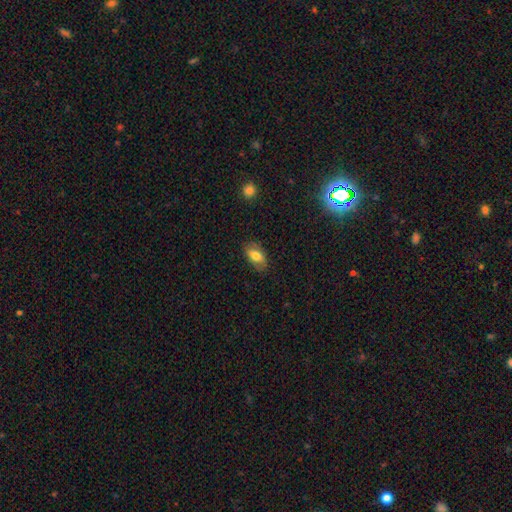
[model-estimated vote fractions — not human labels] smooth 72%, featured or disk 20%, star or artifact 8%. Down the decision tree: how rounded — in between (89%); merging — none (80%).